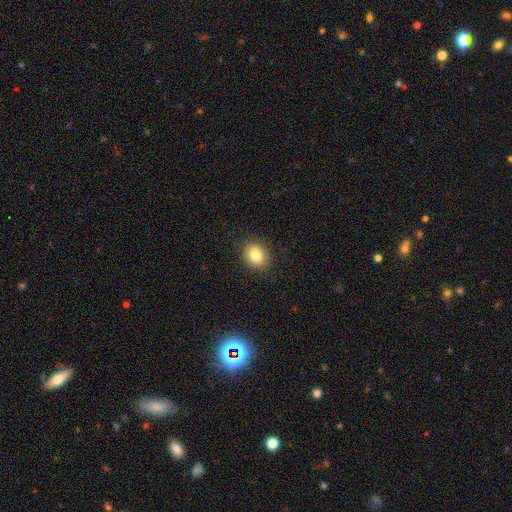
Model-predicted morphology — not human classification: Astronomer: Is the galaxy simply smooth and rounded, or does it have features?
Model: smooth — 81%.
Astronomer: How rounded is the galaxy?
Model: round — 50% (runner-up: in between, 49%).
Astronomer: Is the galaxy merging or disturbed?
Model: none — 86%.